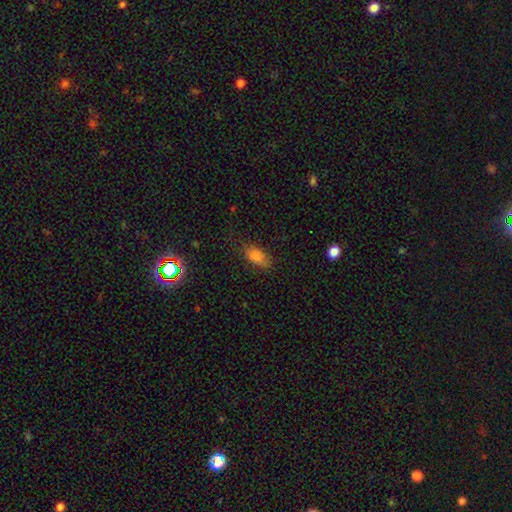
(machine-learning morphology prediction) Smooth or featured? smooth (81%)
How rounded? in between (86%)
Merging? none (75%)